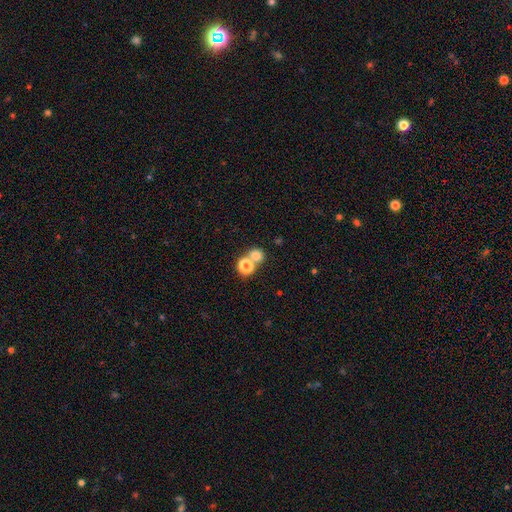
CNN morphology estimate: A smooth galaxy with no disk features (77%) that is round (80%).

Vote fractions:
- Smooth or featured? smooth: 77% / star or artifact: 14% / featured or disk: 9%
- How rounded? round: 80% / in between: 19% / cigar-shaped: 1%
- Merging? none: 47% / merger: 44% / minor disturbance: 6% / major disturbance: 3%